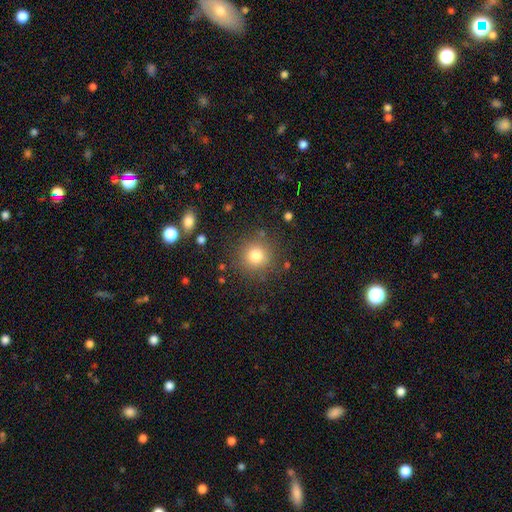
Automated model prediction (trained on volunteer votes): Morphology: type=smooth (79%); roundness=round (93%); merging=none (85%).